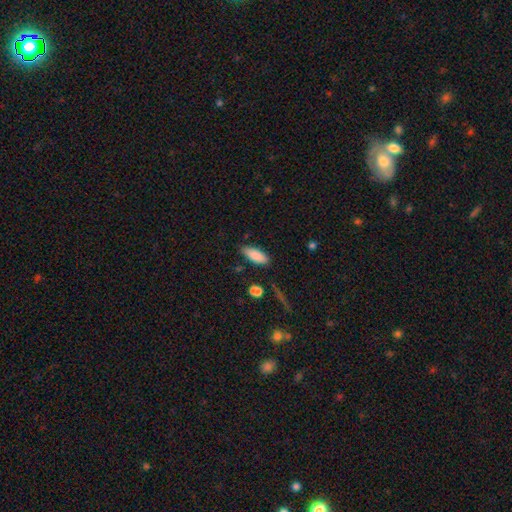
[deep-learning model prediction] Q: Smooth or featured?
A: smooth (86%); runner-up: star or artifact (7%)
Q: How rounded?
A: in between (75%); runner-up: cigar-shaped (23%)
Q: Merging?
A: none (82%); runner-up: minor disturbance (13%)